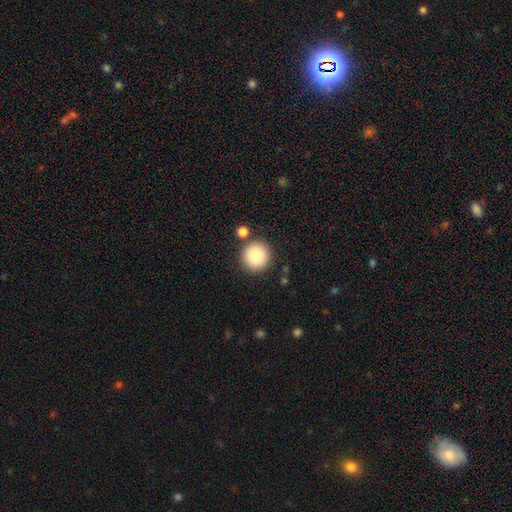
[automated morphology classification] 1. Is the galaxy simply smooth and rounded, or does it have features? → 87% smooth, 8% star or artifact, 5% featured or disk.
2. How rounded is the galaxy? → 95% round, 4% in between, 1% cigar-shaped.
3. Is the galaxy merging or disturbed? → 84% none, 7% minor disturbance, 6% merger, 2% major disturbance.